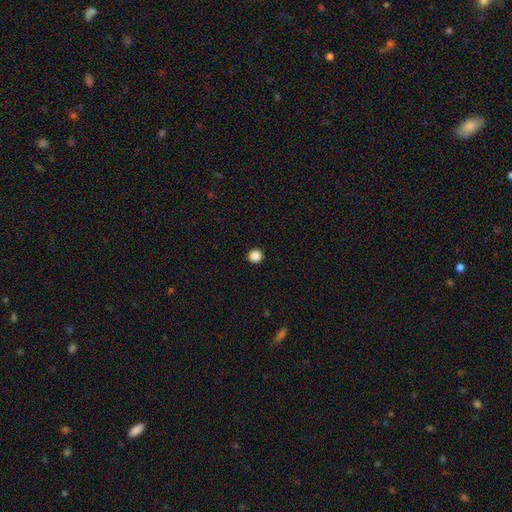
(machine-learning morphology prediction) The model was most divided on "smooth or featured": smooth: 87%, star or artifact: 11%, featured or disk: 3%. More confident: how rounded — round (95%); merging — none (94%).